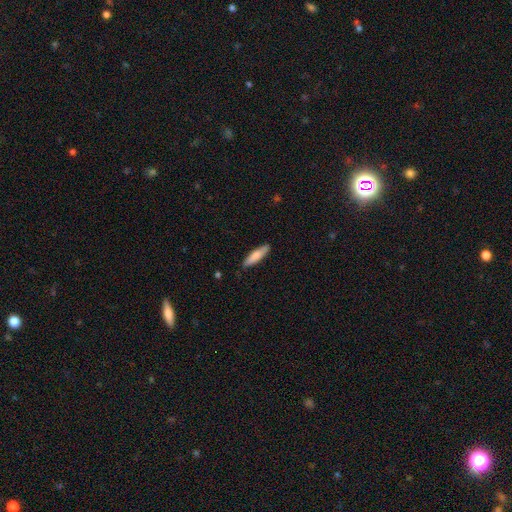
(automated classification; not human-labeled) The model was most divided on "how rounded": cigar-shaped: 76%, in between: 23%, round: 1%. More confident: merging — none (84%); smooth or featured — smooth (77%).